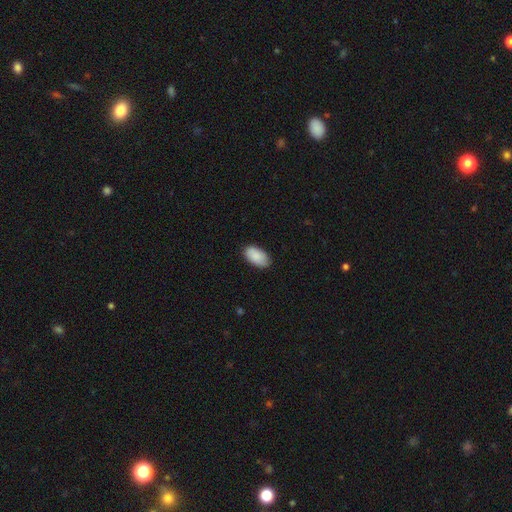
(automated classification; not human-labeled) A smooth galaxy with no disk features (89%) that is in between round and cigar-shaped (95%).

Vote fractions:
- Smooth or featured? smooth: 89% / star or artifact: 6% / featured or disk: 5%
- How rounded? in between: 95% / round: 3% / cigar-shaped: 2%
- Merging? none: 84% / minor disturbance: 13% / major disturbance: 2% / merger: 1%